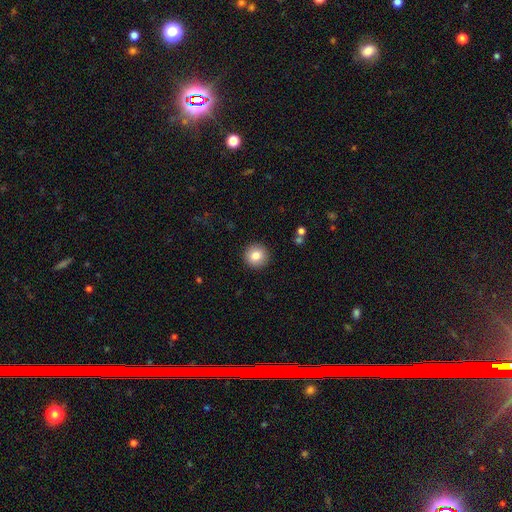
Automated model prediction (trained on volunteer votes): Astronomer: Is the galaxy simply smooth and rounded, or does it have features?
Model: smooth — 82%.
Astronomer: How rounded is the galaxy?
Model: round — 95%.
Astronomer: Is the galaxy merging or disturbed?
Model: none — 92%.